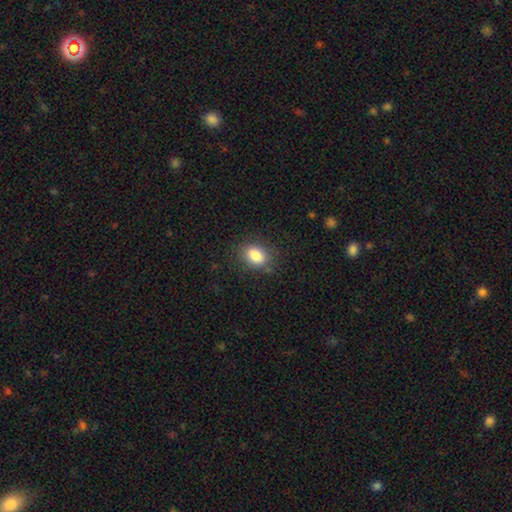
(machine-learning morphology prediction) Smooth or featured? smooth (84%)
How rounded? in between (79%)
Merging? none (81%)